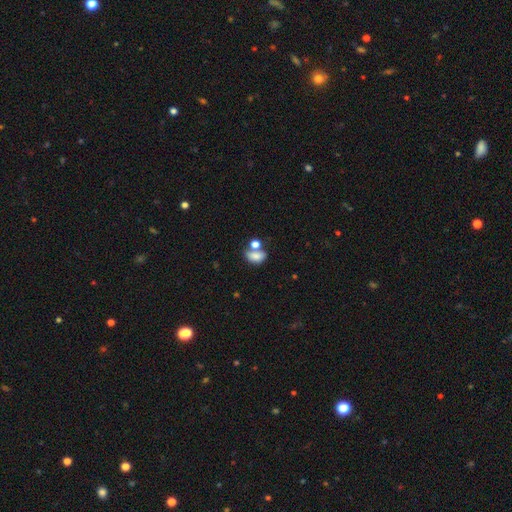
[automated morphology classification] This appears to be a smooth galaxy with no disk features (76%) that is in between round and cigar-shaped (80%). Merging: merger (45%).